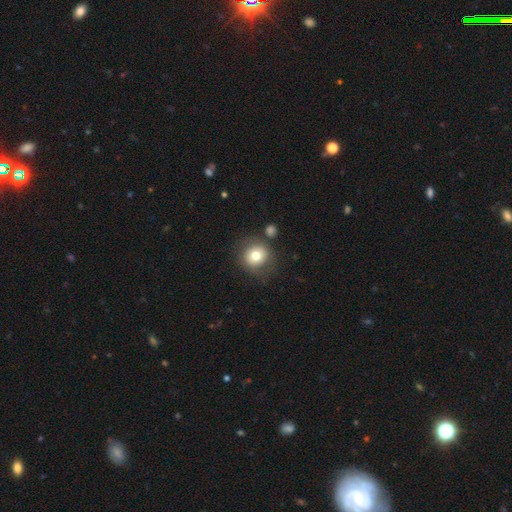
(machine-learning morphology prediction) smooth-or-featured: smooth: 74% | featured or disk: 16% | star or artifact: 10%
  how-rounded: round: 87% | in between: 12% | cigar-shaped: 1%
  merging: none: 72% | minor disturbance: 14% | merger: 7% | major disturbance: 7%